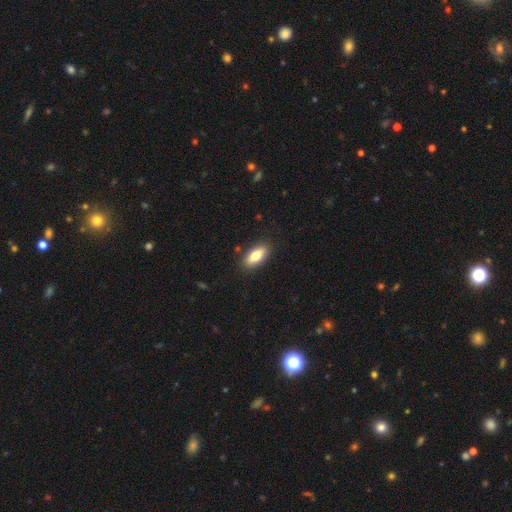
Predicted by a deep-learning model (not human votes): The model was most divided on "smooth or featured": smooth: 76%, featured or disk: 17%, star or artifact: 7%. More confident: merging — none (87%); how rounded — in between (82%).